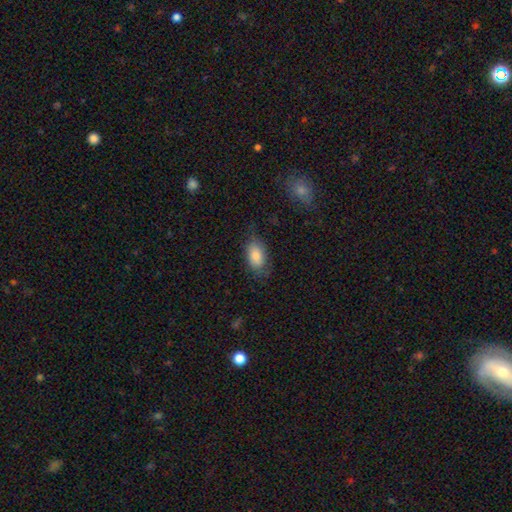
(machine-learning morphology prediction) Smooth or featured? smooth (83%)
How rounded? in between (92%)
Merging? none (71%)